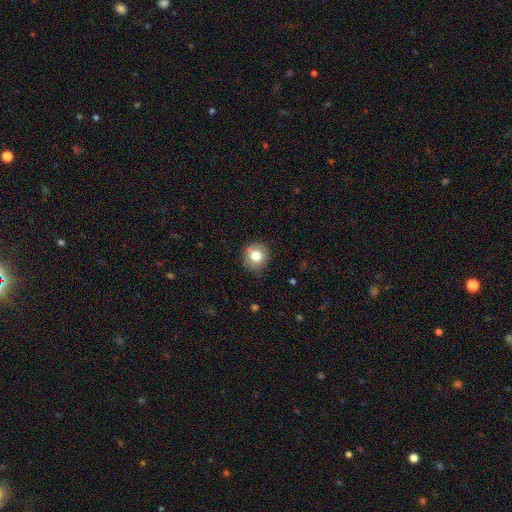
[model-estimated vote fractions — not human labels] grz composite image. It shows a smooth galaxy with no disk features (78%) that is round (89%). Merging: none (84%).